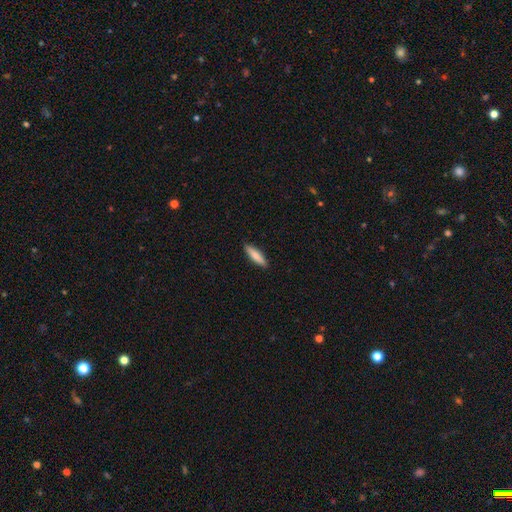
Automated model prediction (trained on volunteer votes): Morphology: type=smooth (83%); roundness=cigar-shaped (71%); merging=none (91%).